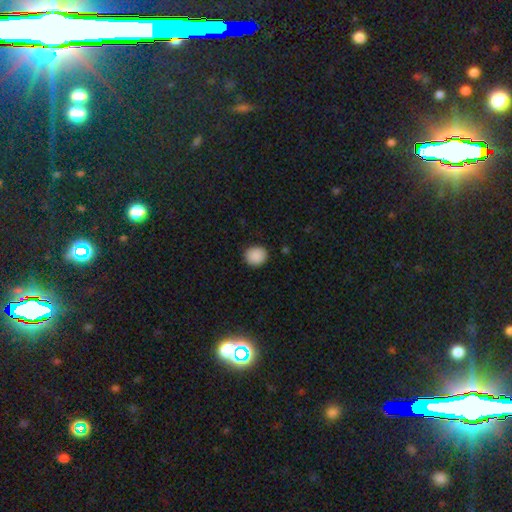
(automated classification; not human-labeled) Q: Smooth or featured?
A: smooth (89%); runner-up: star or artifact (8%)
Q: How rounded?
A: round (80%); runner-up: in between (19%)
Q: Merging?
A: none (90%); runner-up: minor disturbance (7%)